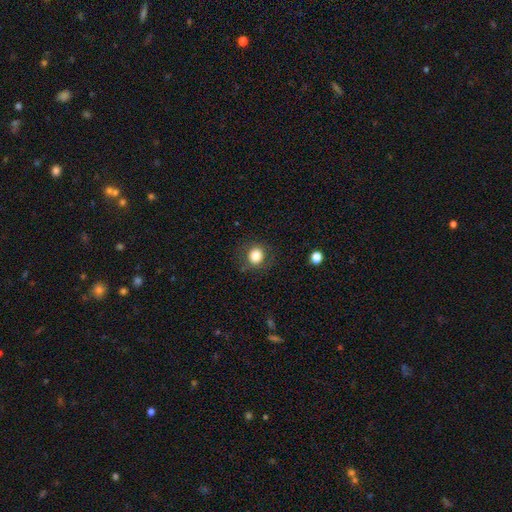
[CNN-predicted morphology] A smooth galaxy with no disk features (82%) that is round (84%). Merging: none (84%).